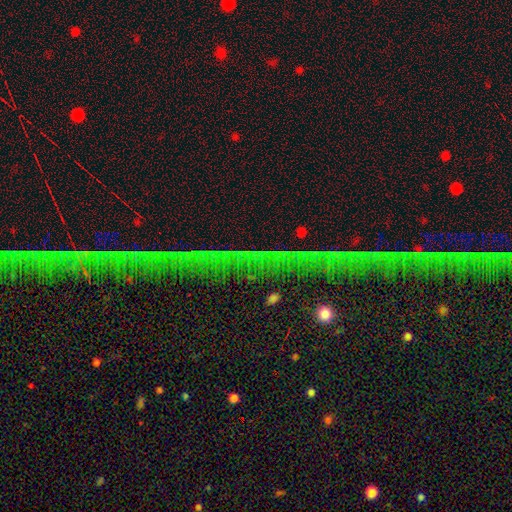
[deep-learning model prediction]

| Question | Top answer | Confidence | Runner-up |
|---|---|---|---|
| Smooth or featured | star or artifact | 73% | smooth (13%) |